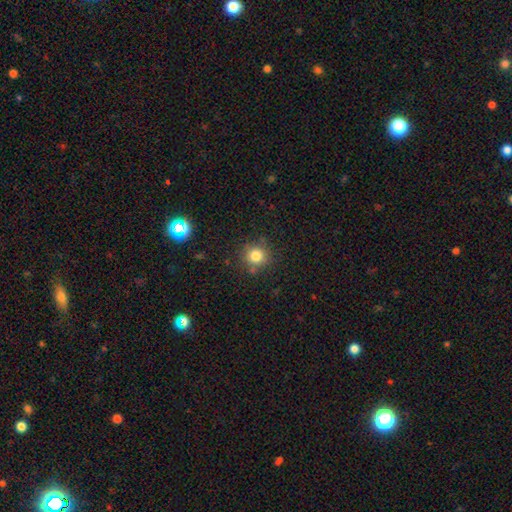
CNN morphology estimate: A smooth galaxy with no disk features (80%) that is round (92%).

Vote fractions:
- Smooth or featured? smooth: 80% / star or artifact: 13% / featured or disk: 6%
- How rounded? round: 92% / in between: 7% / cigar-shaped: 1%
- Merging? none: 82% / minor disturbance: 11% / merger: 4% / major disturbance: 3%